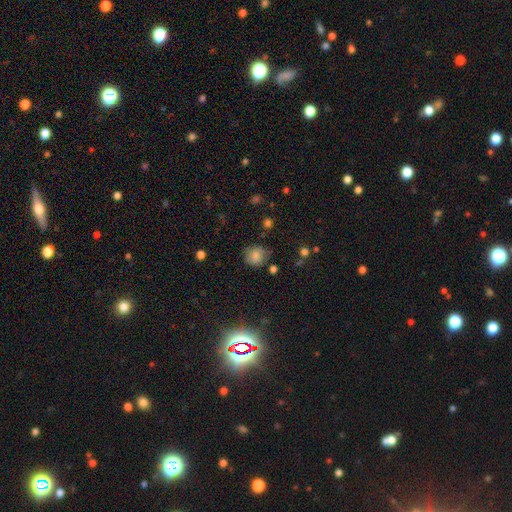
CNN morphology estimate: Smooth or featured?
  - smooth: 76% *
  - star or artifact: 12%
  - featured or disk: 11%
How rounded?
  - round: 78% *
  - in between: 21%
  - cigar-shaped: 1%
Merging?
  - none: 69% *
  - minor disturbance: 21%
  - major disturbance: 7%
  - merger: 3%